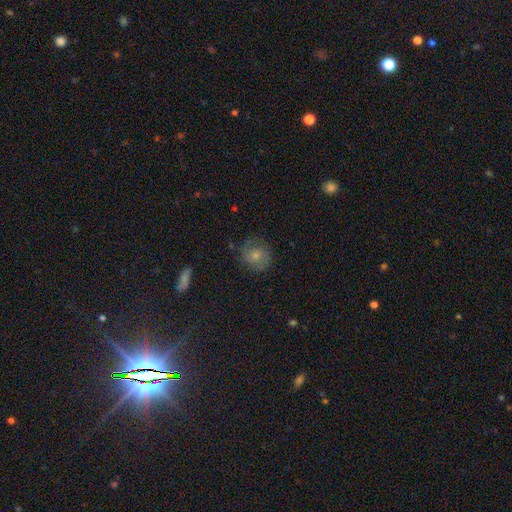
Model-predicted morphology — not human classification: This appears to be a smooth galaxy with no disk features (55%) that is round (80%). Merging: none (72%).